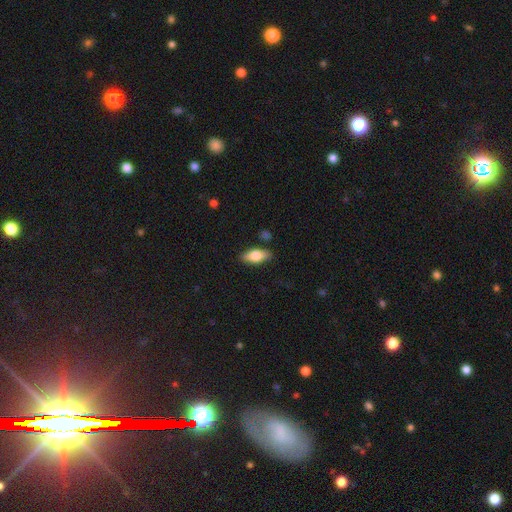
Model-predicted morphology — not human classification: Smooth or featured? smooth (71%)
How rounded? in between (80%)
Merging? none (84%)